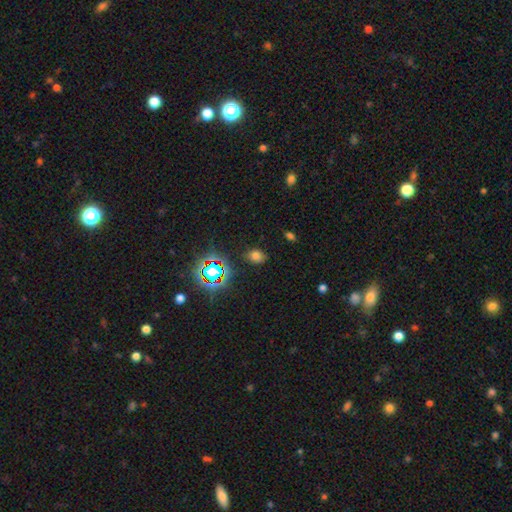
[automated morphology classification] The model was most divided on "how rounded": in between: 61%, round: 37%, cigar-shaped: 1%. More confident: merging — none (83%); smooth or featured — smooth (67%).